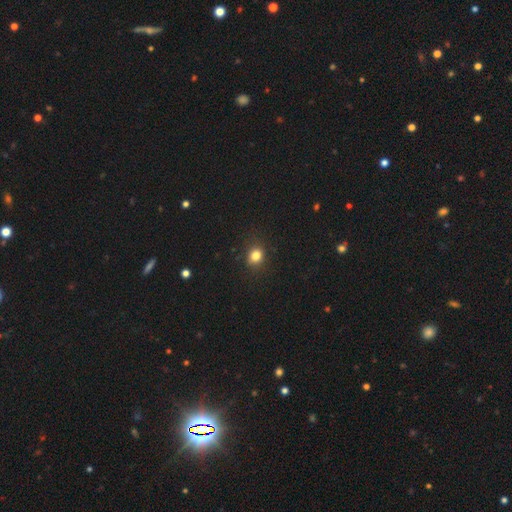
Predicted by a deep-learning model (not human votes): This is clearly a smooth galaxy (82%). How rounded: likely round (67%). Merging: clearly none (86%).